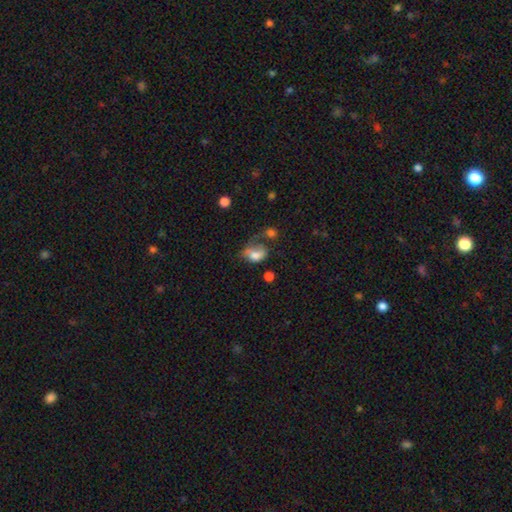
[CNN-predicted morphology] The model was most divided on "merging": major disturbance: 33%, minor disturbance: 27%, none: 25%, merger: 15%. More confident: how rounded — in between (76%); smooth or featured — smooth (69%).